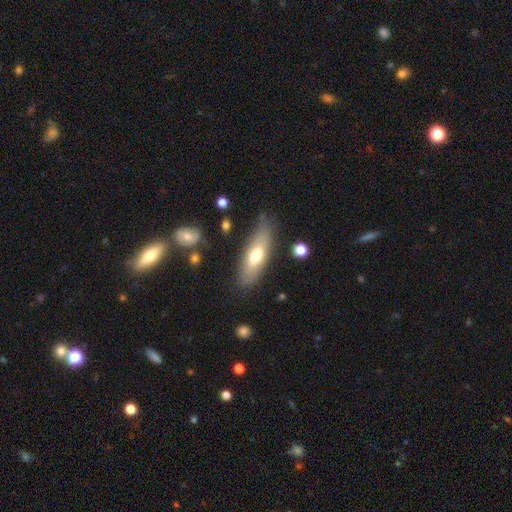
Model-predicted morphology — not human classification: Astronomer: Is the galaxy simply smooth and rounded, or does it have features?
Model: smooth — 63%.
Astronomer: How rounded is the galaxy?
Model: in between — 54% (runner-up: cigar-shaped, 44%).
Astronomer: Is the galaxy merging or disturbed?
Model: none — 75%.